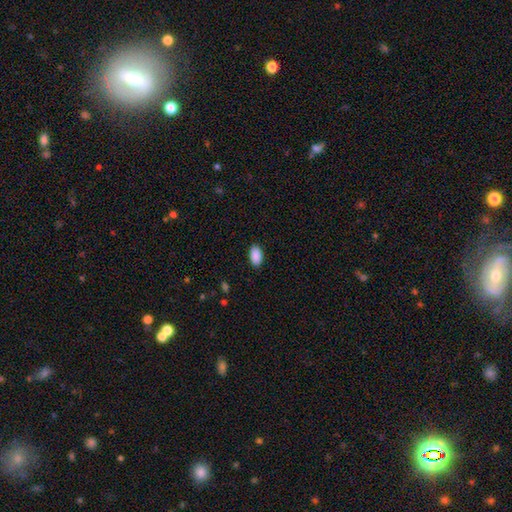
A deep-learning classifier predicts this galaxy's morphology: Smooth or featured? Predicted: smooth (p=0.91). How rounded? Predicted: in between (p=0.95). Merging? Predicted: none (p=0.89).